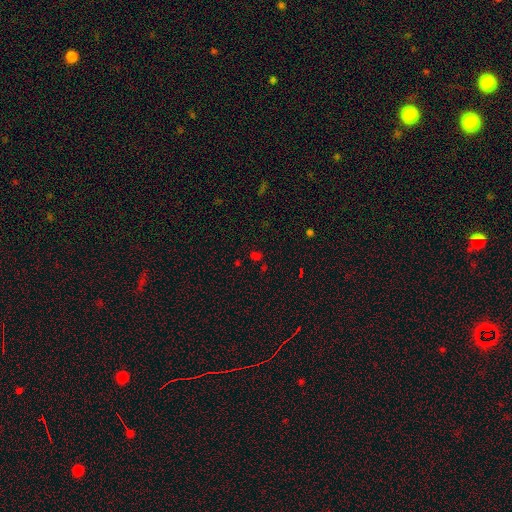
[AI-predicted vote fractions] Overall: star or artifact (49%; smooth 44%).